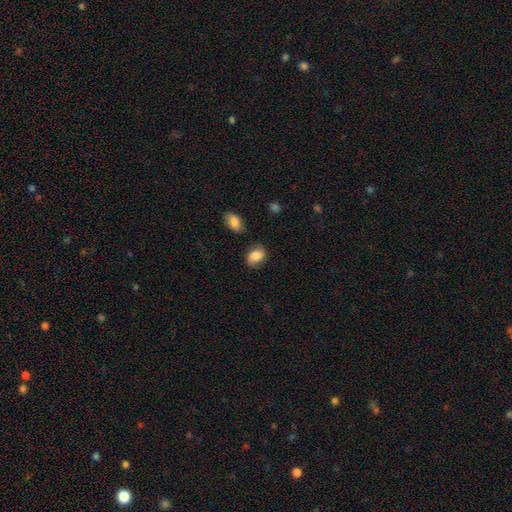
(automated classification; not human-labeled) A smooth galaxy with no disk features (83%) that is in between round and cigar-shaped (67%).

Vote fractions:
- Smooth or featured? smooth: 83% / featured or disk: 9% / star or artifact: 8%
- How rounded? in between: 67% / round: 32% / cigar-shaped: 1%
- Merging? none: 77% / minor disturbance: 16% / major disturbance: 4% / merger: 3%